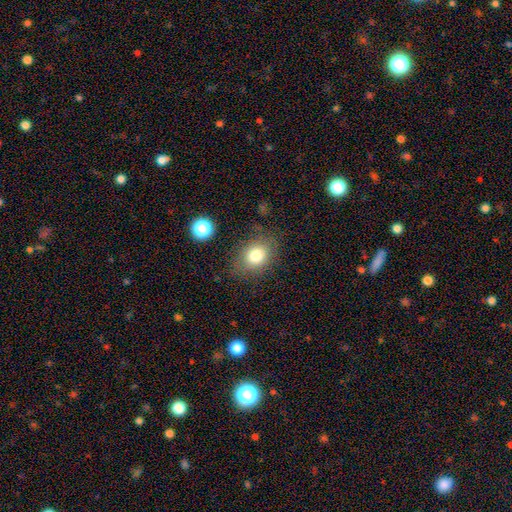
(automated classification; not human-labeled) A smooth galaxy with no disk features (77%) that is in between round and cigar-shaped (57%). Merging: none (74%).